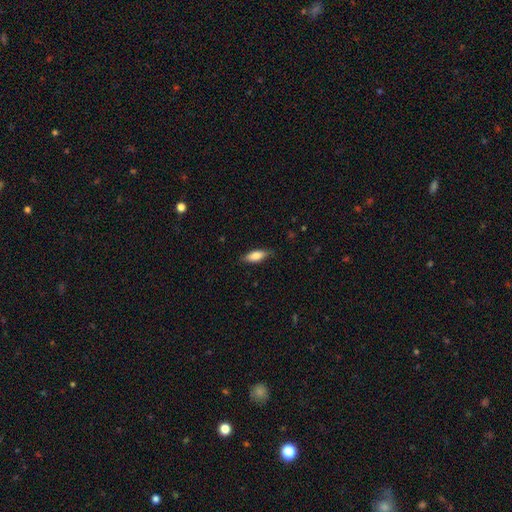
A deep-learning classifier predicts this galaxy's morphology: This appears to be a smooth galaxy with no disk features (77%) that is in between round and cigar-shaped (70%). Merging: none (83%).